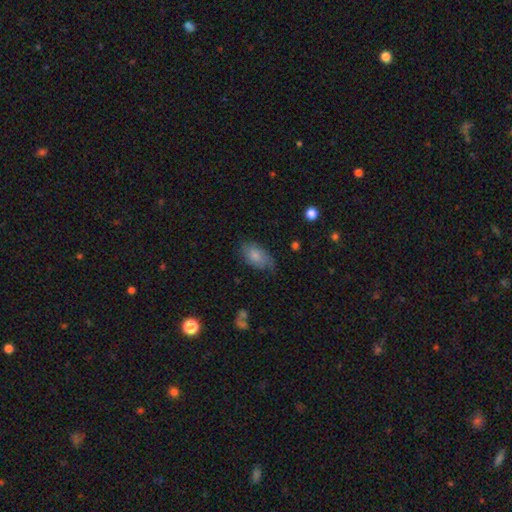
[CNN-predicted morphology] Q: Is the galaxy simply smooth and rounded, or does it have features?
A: smooth — 78%.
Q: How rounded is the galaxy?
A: in between — 92%.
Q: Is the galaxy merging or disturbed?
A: none — 59%.